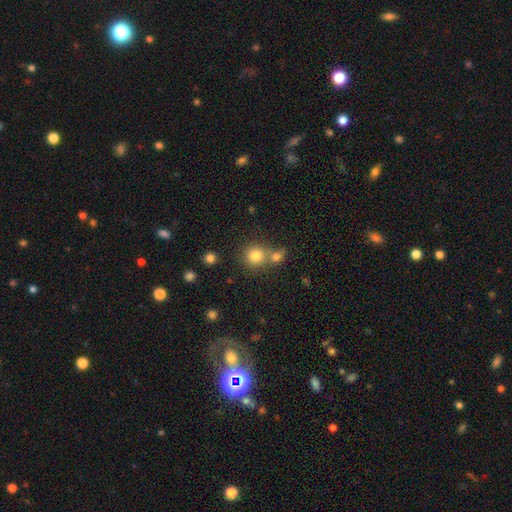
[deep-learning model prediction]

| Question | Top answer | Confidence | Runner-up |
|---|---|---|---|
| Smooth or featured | smooth | 81% | star or artifact (12%) |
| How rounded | round | 89% | in between (10%) |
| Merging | none | 55% | merger (34%) |